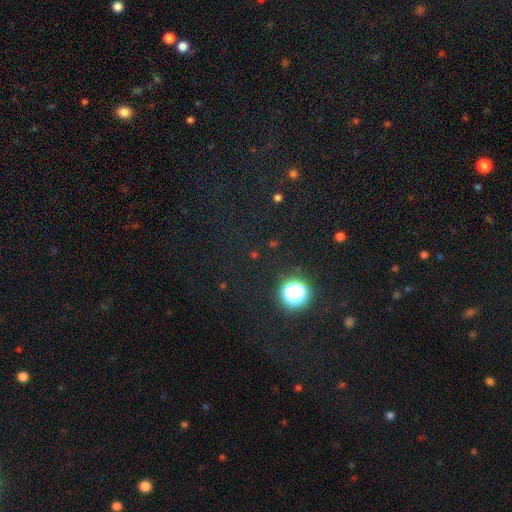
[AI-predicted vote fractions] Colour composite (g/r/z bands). It shows a star or artifact, not a galaxy (65%).